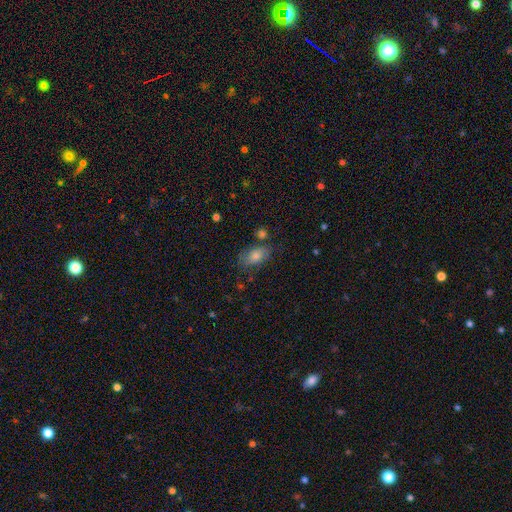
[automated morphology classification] A smooth galaxy with no disk features (72%) that is in between round and cigar-shaped (86%). Merging: none (68%).